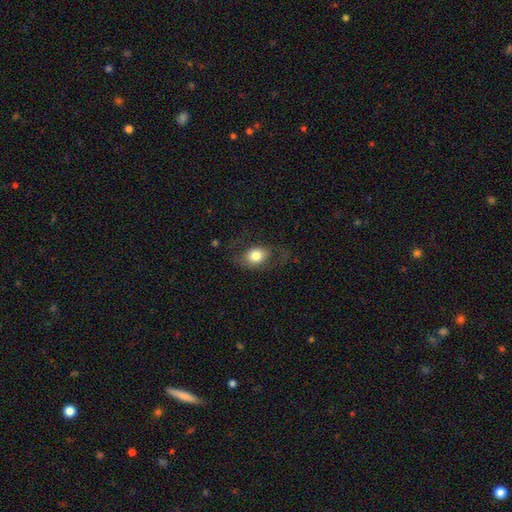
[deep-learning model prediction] This is likely a smooth galaxy (67%). How rounded: likely in between (67%). Merging: likely none (63%).